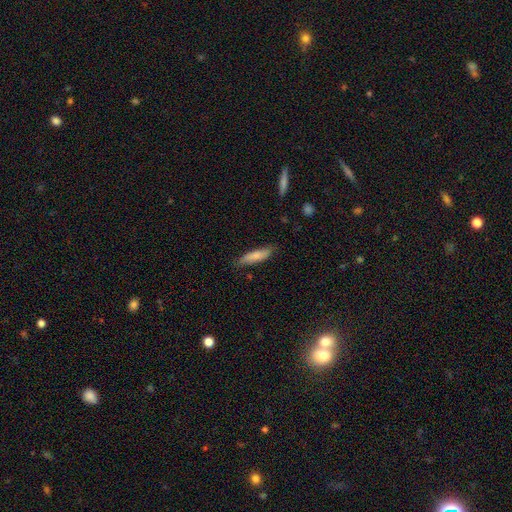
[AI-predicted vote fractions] This appears to be a smooth galaxy with no disk features (78%) that is cigar-shaped (70%). Merging: none (80%).